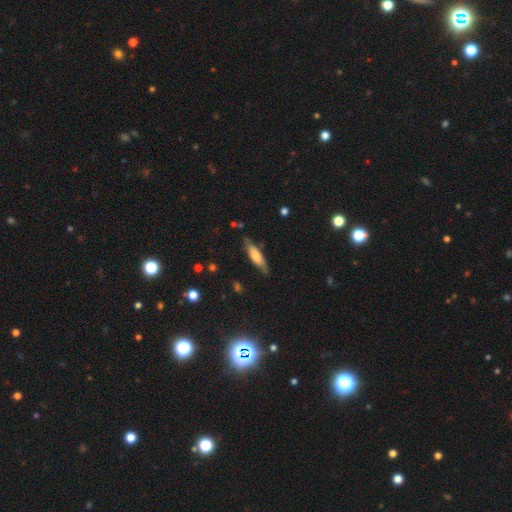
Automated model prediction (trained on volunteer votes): Smooth or featured? smooth (61%)
How rounded? cigar-shaped (62%)
Merging? none (75%)